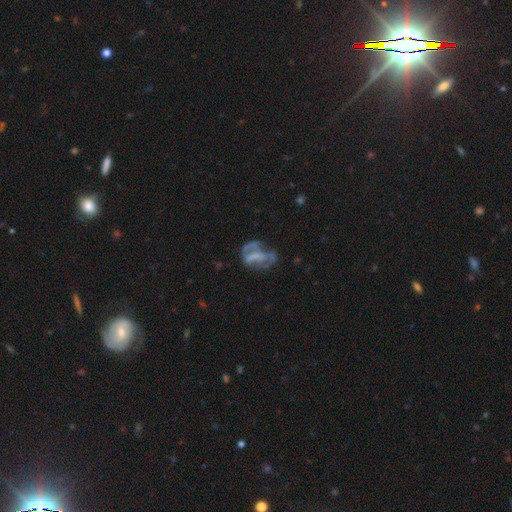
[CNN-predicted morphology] featured or disk 63%, smooth 25%, star or artifact 12%. Down the decision tree: edge-on disk — no (96%); bar — no (49%); spiral arms — no (59%); bulge size — none (59%); merging — none (38%).